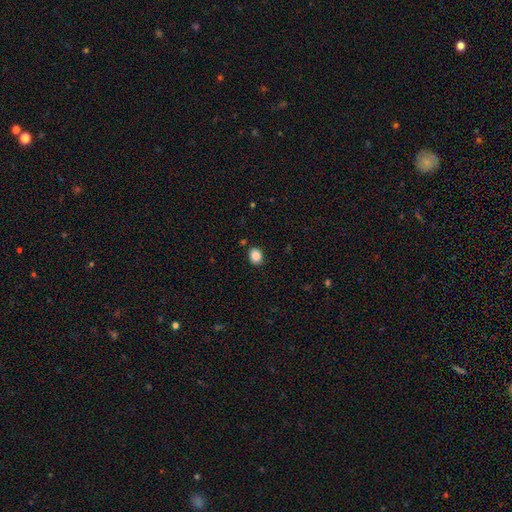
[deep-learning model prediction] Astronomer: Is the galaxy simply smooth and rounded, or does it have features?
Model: smooth — 87%.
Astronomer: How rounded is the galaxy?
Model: round — 56% (runner-up: in between, 43%).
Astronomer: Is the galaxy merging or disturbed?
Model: none — 87%.